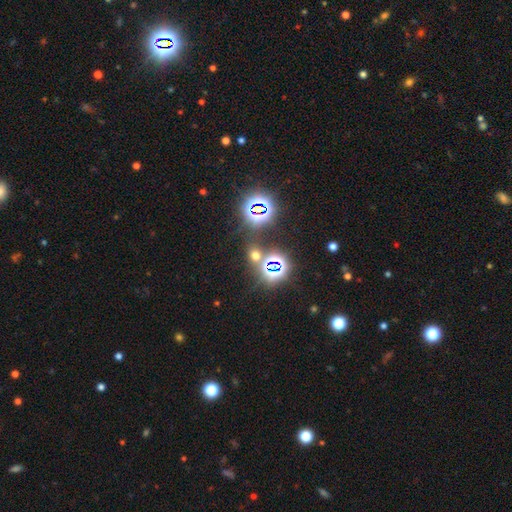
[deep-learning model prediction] Overall: star or artifact (52%; smooth 40%).